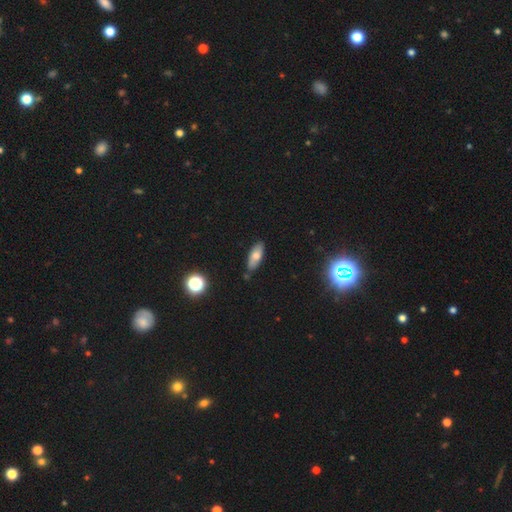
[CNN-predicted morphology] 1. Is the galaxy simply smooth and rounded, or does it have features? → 69% smooth, 21% featured or disk, 9% star or artifact.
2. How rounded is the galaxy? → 73% in between, 23% cigar-shaped, 3% round.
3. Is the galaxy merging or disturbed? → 78% none, 16% minor disturbance, 3% merger, 3% major disturbance.